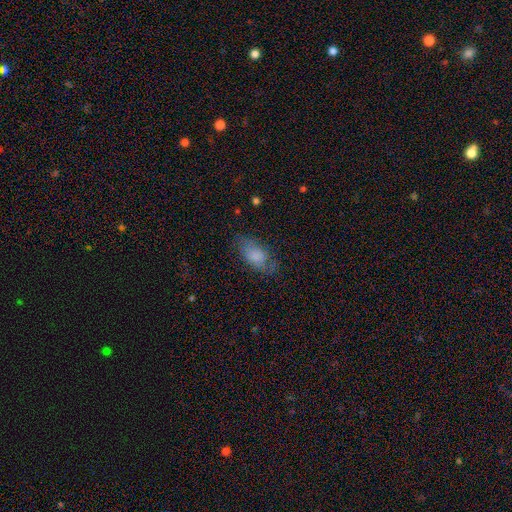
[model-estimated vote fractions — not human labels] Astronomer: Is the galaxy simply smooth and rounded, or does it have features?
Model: smooth — 74%.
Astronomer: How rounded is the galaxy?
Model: in between — 91%.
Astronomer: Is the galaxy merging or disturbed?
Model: none — 66%.